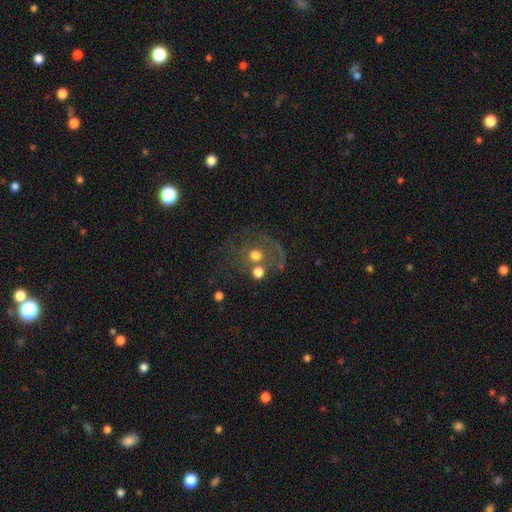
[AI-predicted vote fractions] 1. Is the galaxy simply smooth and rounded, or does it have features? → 51% smooth, 34% featured or disk, 15% star or artifact.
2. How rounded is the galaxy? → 83% round, 16% in between, 1% cigar-shaped.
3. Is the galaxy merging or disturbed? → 48% none, 22% merger, 17% major disturbance, 14% minor disturbance.